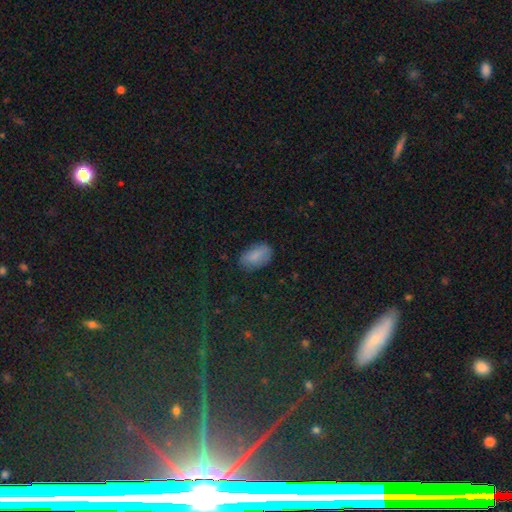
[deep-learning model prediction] This appears to be a smooth galaxy with no disk features (82%) that is in between round and cigar-shaped (93%). Merging: none (78%).